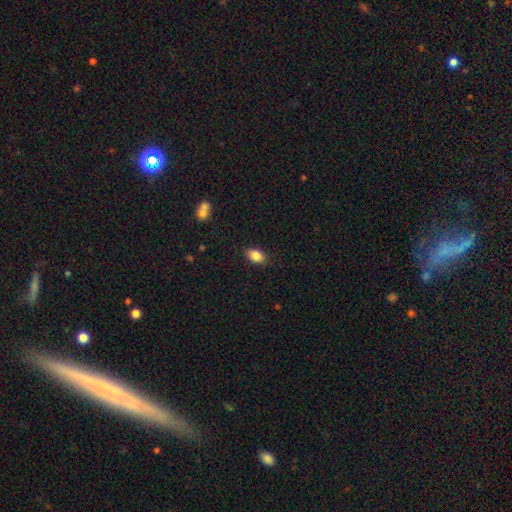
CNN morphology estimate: Overall: smooth (85%). How rounded: in between (86%). Merging: none (86%).